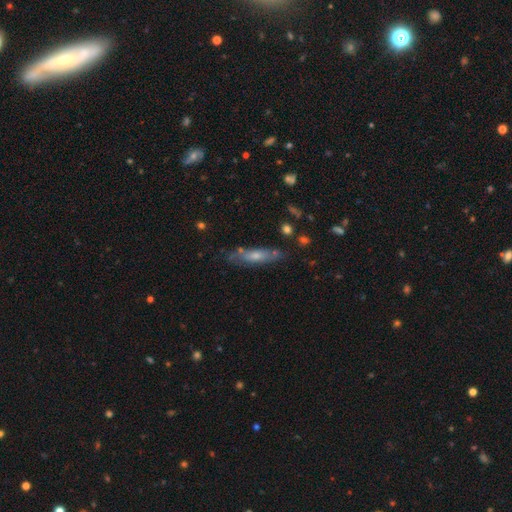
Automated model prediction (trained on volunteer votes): Q: Smooth or featured?
A: smooth (54%); runner-up: featured or disk (39%)
Q: How rounded?
A: cigar-shaped (64%); runner-up: in between (34%)
Q: Merging?
A: none (66%); runner-up: minor disturbance (21%)